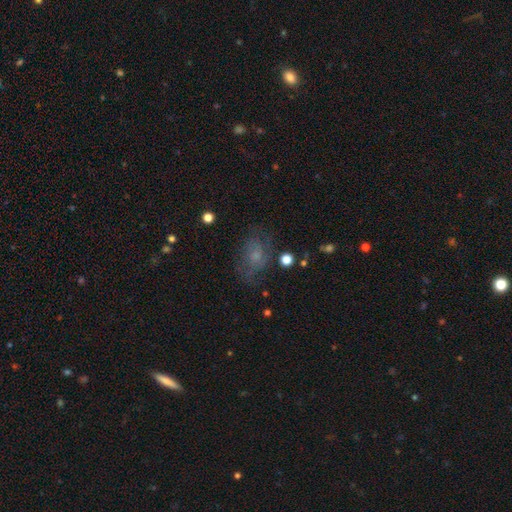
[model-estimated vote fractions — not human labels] A smooth galaxy with no disk features (43%).

Vote fractions:
- Smooth or featured? smooth: 43% / featured or disk: 38% / star or artifact: 18%
- Merging? none: 61% / minor disturbance: 21% / major disturbance: 15% / merger: 2%